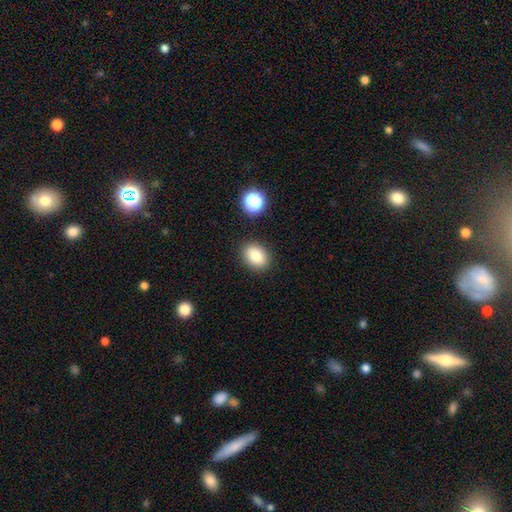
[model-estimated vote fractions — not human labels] A smooth galaxy with no disk features (83%) that is in between round and cigar-shaped (70%). Merging: none (87%).